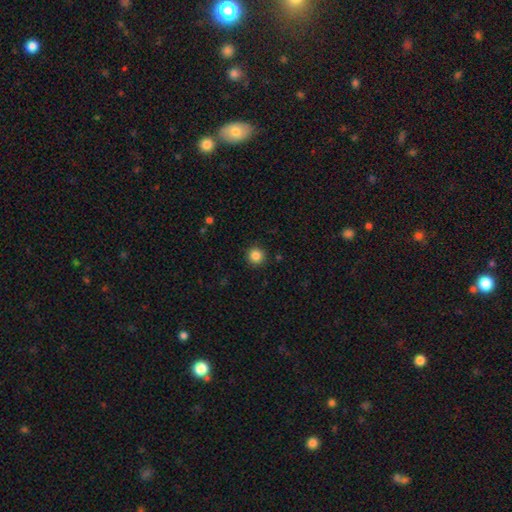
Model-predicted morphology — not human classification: This appears to be a smooth galaxy with no disk features (85%) that is round (95%). Merging: none (92%).